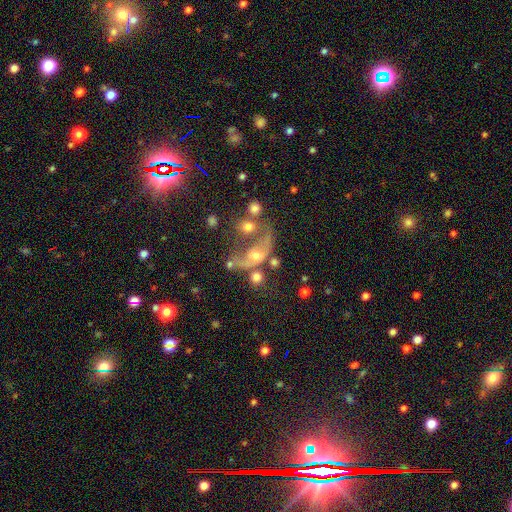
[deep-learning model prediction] Overall: featured or disk (47%; smooth 32%). Merging: merger (37%; major disturbance 29%).